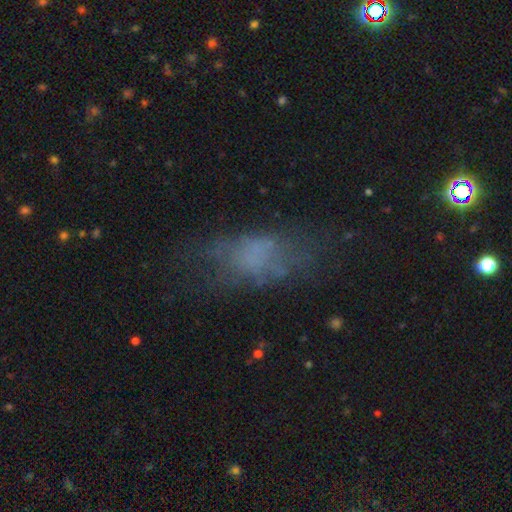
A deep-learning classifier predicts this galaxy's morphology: A smooth galaxy with no disk features (50%) that is in between round and cigar-shaped (76%).

Vote fractions:
- Smooth or featured? smooth: 50% / featured or disk: 32% / star or artifact: 18%
- How rounded? in between: 76% / cigar-shaped: 18% / round: 6%
- Merging? none: 54% / minor disturbance: 23% / major disturbance: 20% / merger: 3%